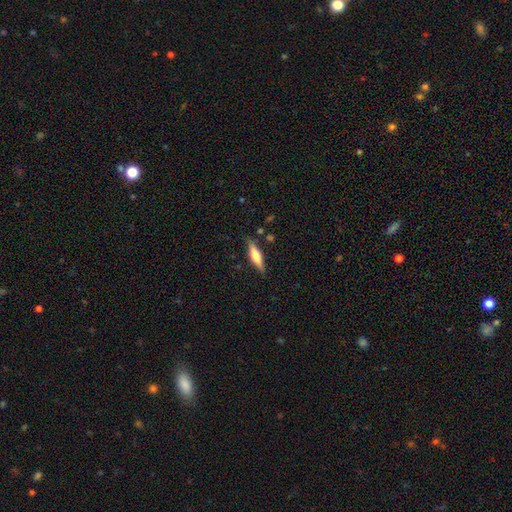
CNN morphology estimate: type=smooth (47%, tied with featured or disk); merging=none (85%).